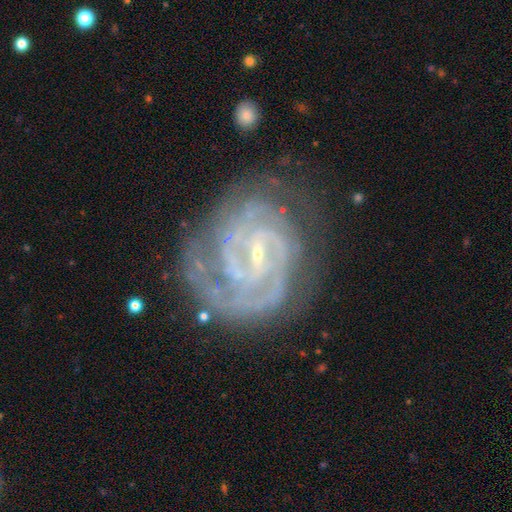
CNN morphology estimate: The model was most divided on "bar": weak: 48%, strong: 28%, no: 24%. Remaining: spiral arms — yes (98%); edge-on disk — no (98%); smooth or featured — featured or disk (91%); bulge size — small (81%); spiral winding — tight (71%); merging — none (70%); spiral arm count — 2 (43%).